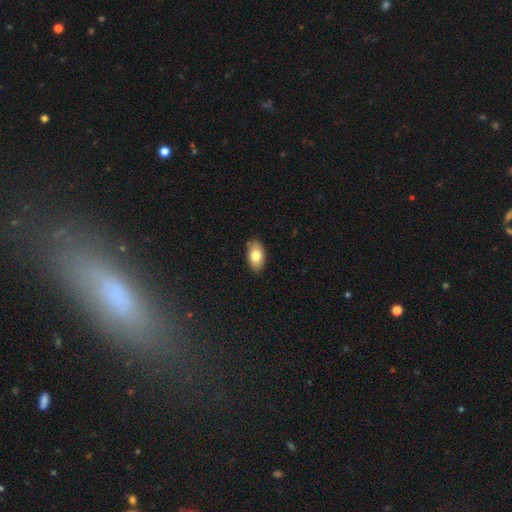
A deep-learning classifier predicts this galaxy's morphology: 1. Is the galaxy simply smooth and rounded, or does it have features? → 79% smooth, 14% featured or disk, 7% star or artifact.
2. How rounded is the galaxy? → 93% in between, 5% round, 2% cigar-shaped.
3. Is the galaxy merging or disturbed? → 87% none, 10% minor disturbance, 2% major disturbance, 1% merger.